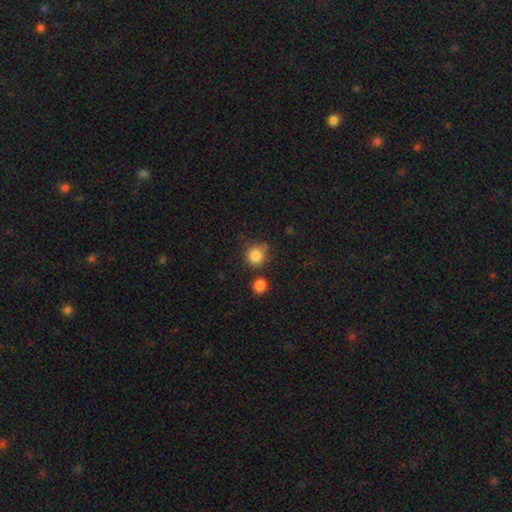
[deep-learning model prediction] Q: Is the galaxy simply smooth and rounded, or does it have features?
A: smooth — 83%.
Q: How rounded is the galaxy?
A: round — 85%.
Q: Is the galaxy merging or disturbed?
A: none — 61%.